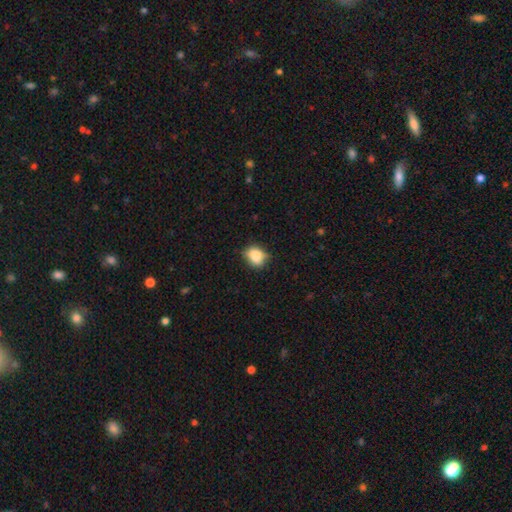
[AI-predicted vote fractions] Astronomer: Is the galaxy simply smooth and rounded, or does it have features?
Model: smooth — 82%.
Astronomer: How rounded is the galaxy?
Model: in between — 52% (runner-up: round, 47%).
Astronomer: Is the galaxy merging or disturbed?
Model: none — 66%.